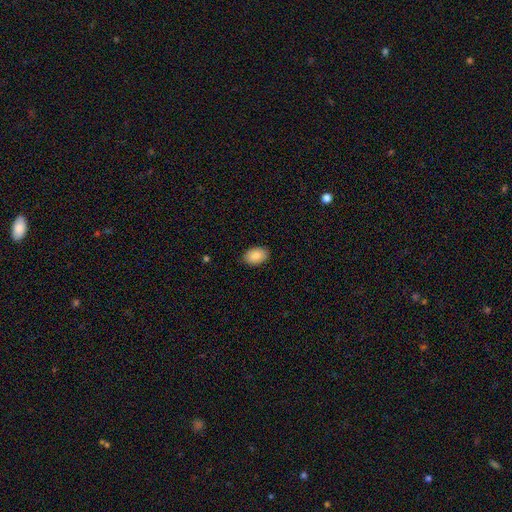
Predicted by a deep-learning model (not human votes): smooth 89%, star or artifact 7%, featured or disk 4%. Down the decision tree: how rounded — in between (89%); merging — none (88%).